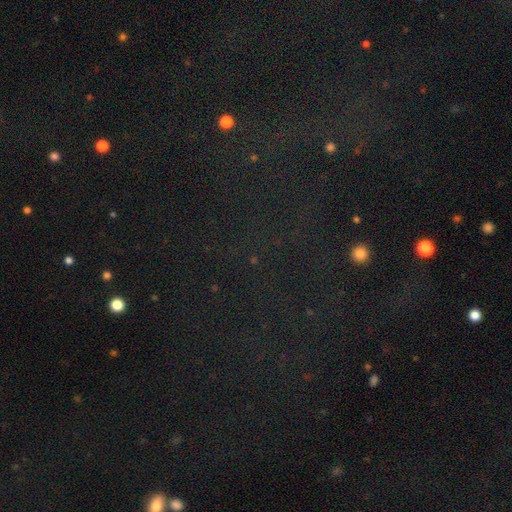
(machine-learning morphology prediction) type=star or artifact (76%).